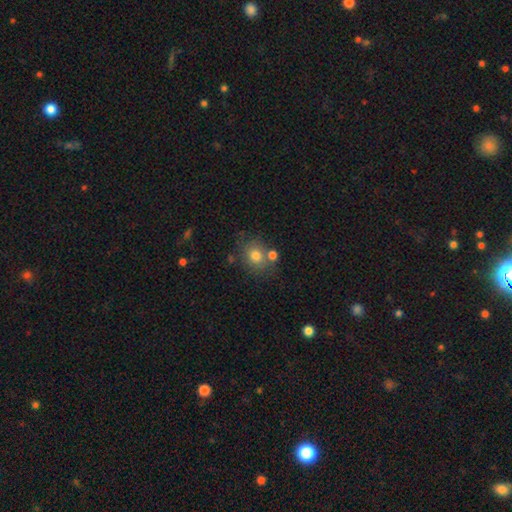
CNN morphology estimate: The model was most divided on "how rounded": round: 70%, in between: 30%, cigar-shaped: 1%. More confident: smooth or featured — smooth (76%); merging — none (62%).